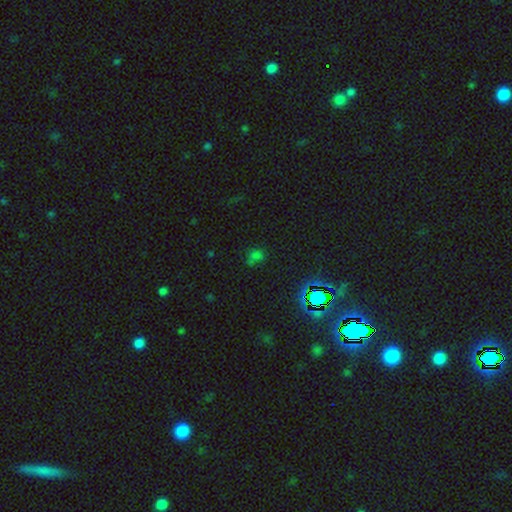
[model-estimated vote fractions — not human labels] smooth_or_featured: star or artifact (p=0.46) [alt: smooth p=0.43]